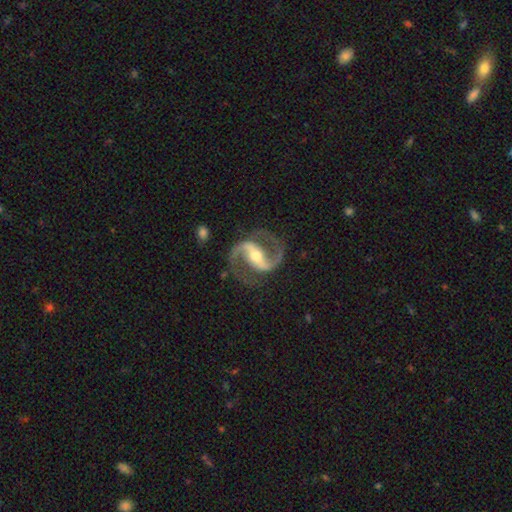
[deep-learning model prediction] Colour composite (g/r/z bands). It shows a featured or disk galaxy (94%) with a strong bar (57%), 2 (95%) medium (62%) spiral arms (98%) and a moderate central bulge (65%). Merging: none (83%).